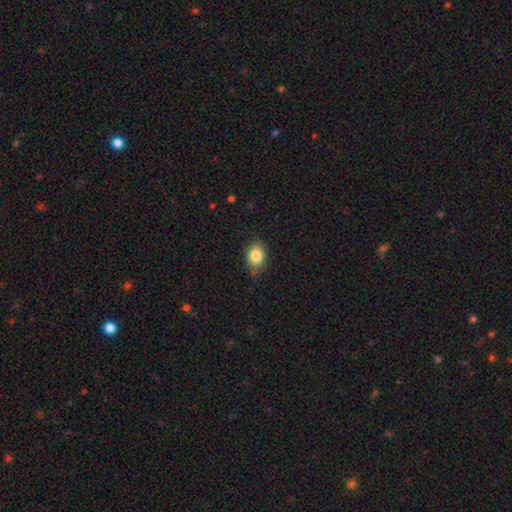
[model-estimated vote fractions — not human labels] Smooth or featured? Predicted: smooth (p=0.84). How rounded? Predicted: in between (p=0.68). Merging? Predicted: none (p=0.78).